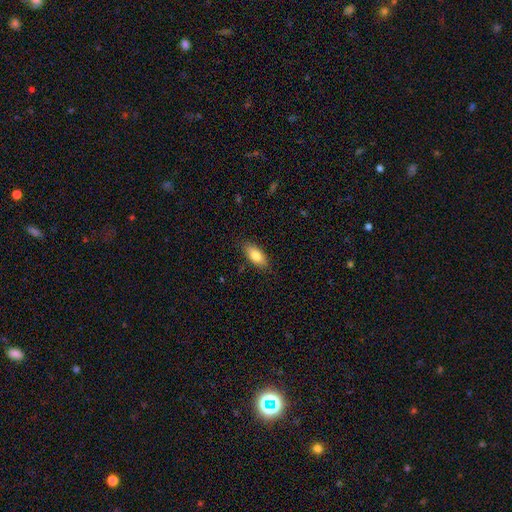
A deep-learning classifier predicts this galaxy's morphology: Smooth or featured: smooth — 81% (featured or disk — 12%)
How rounded: in between — 85% (cigar-shaped — 12%)
Merging: none — 85% (minor disturbance — 12%)